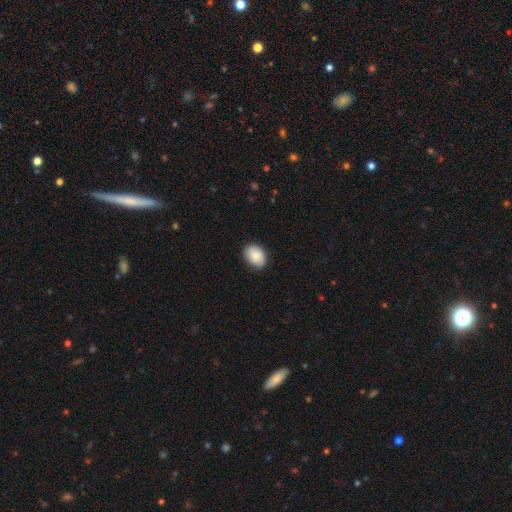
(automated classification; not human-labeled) smooth-or-featured: smooth: 86% | featured or disk: 7% | star or artifact: 7%
  how-rounded: in between: 74% | round: 25% | cigar-shaped: 1%
  merging: none: 85% | minor disturbance: 12% | major disturbance: 2% | merger: 1%